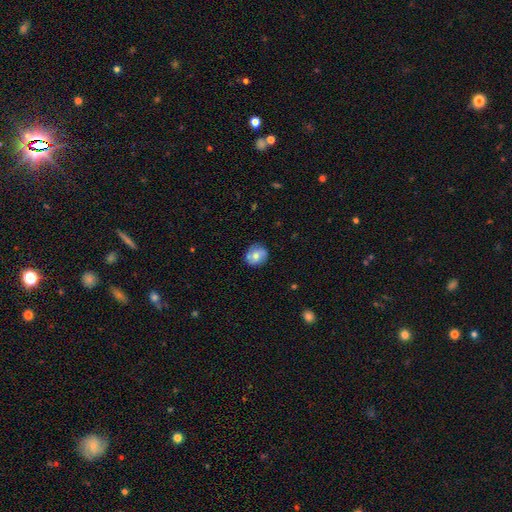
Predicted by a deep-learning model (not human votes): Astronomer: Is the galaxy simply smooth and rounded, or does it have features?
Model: smooth — 51% (runner-up: featured or disk, 40%).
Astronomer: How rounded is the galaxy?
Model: round — 70%.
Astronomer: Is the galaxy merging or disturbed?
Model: none — 73%.